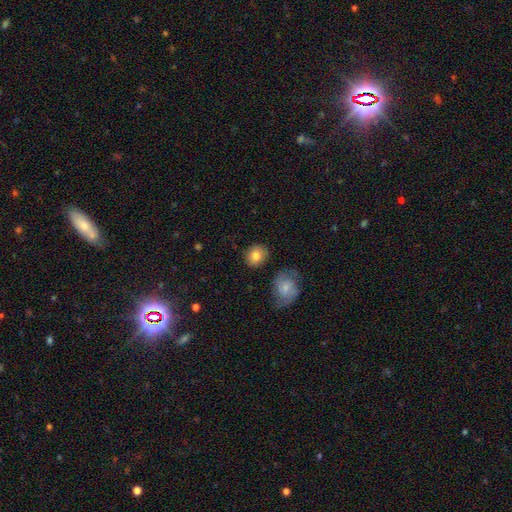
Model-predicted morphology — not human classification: smooth-or-featured: smooth: 82% | featured or disk: 10% | star or artifact: 8%
  how-rounded: round: 71% | in between: 28% | cigar-shaped: 1%
  merging: none: 80% | minor disturbance: 12% | merger: 5% | major disturbance: 3%